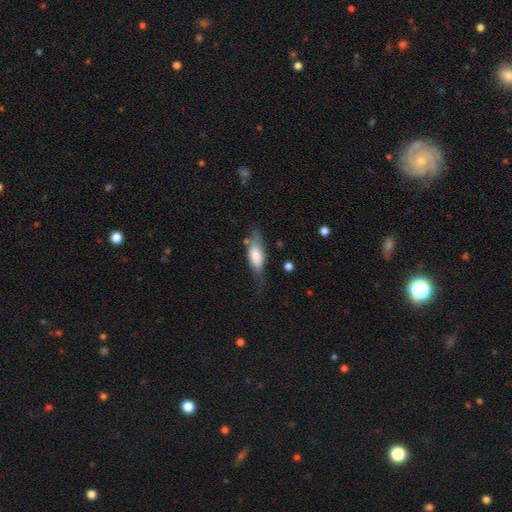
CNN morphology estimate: Smooth or featured? Predicted: smooth (p=0.65). How rounded? Predicted: in between (p=0.69). Merging? Predicted: none (p=0.51).